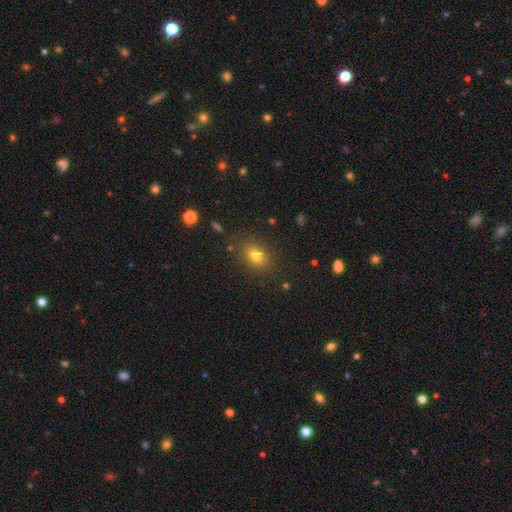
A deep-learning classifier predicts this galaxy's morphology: smooth_or_featured: smooth (p=0.78) [alt: star or artifact p=0.14]
how_rounded: in between (p=0.62) [alt: round p=0.36]
merging: none (p=0.83) [alt: minor disturbance p=0.11]